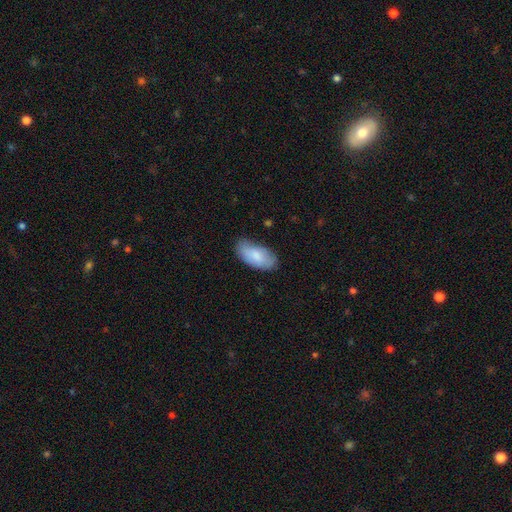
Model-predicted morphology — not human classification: smooth_or_featured: smooth (p=0.81) [alt: featured or disk p=0.13]
how_rounded: in between (p=0.93) [alt: cigar-shaped p=0.05]
merging: none (p=0.71) [alt: minor disturbance p=0.23]